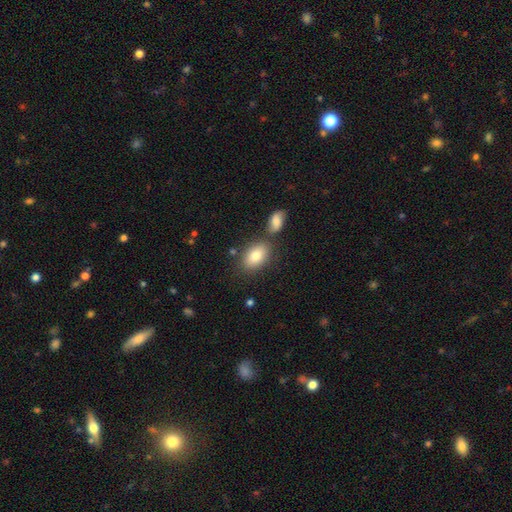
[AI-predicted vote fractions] A smooth galaxy with no disk features (81%) that is in between round and cigar-shaped (89%). Merging: none (68%).